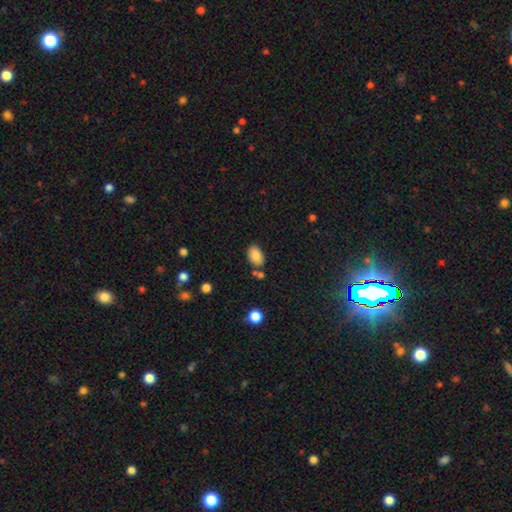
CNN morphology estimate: type=smooth (86%); roundness=in between (90%); merging=none (73%).